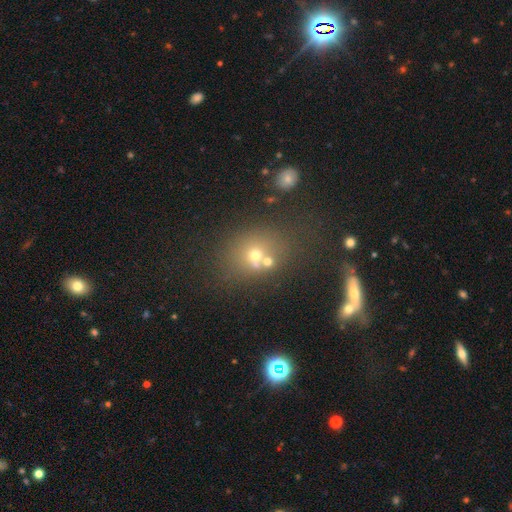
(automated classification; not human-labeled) The model was most divided on "merging": none: 51%, merger: 31%, minor disturbance: 11%, major disturbance: 6%. More confident: how rounded — round (66%); smooth or featured — smooth (59%).